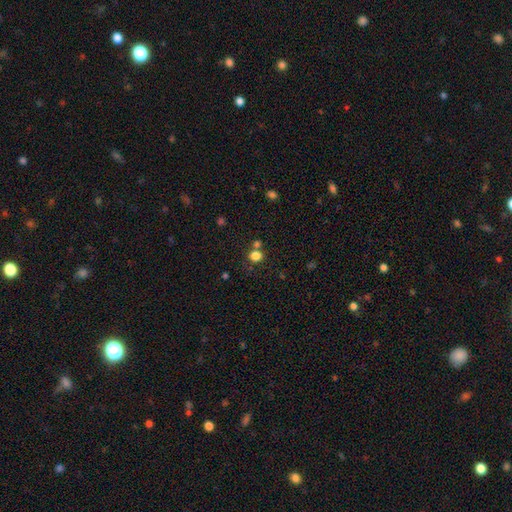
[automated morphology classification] Overall: smooth (79%). How rounded: round (79%). Merging: none (63%).